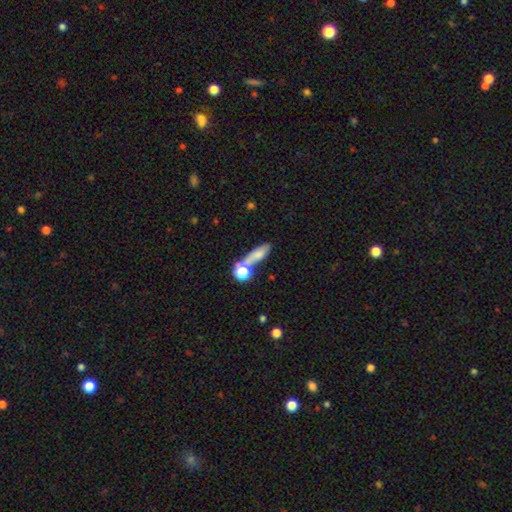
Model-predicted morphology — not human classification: A smooth galaxy with no disk features (67%) that is cigar-shaped (44%). Merging: none (42%).